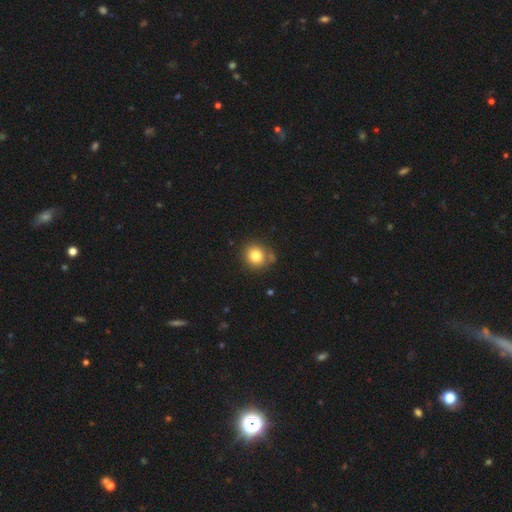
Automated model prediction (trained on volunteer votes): Smooth or featured?
  - smooth: 82% *
  - star or artifact: 11%
  - featured or disk: 7%
How rounded?
  - round: 85% *
  - in between: 14%
  - cigar-shaped: 1%
Merging?
  - none: 72% *
  - minor disturbance: 16%
  - merger: 8%
  - major disturbance: 4%